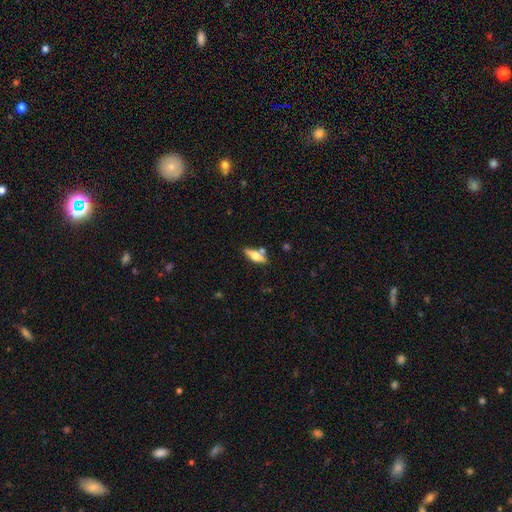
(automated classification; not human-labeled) Q: Smooth or featured?
A: featured or disk (48%); runner-up: smooth (45%)
Q: Merging?
A: none (70%); runner-up: minor disturbance (13%)